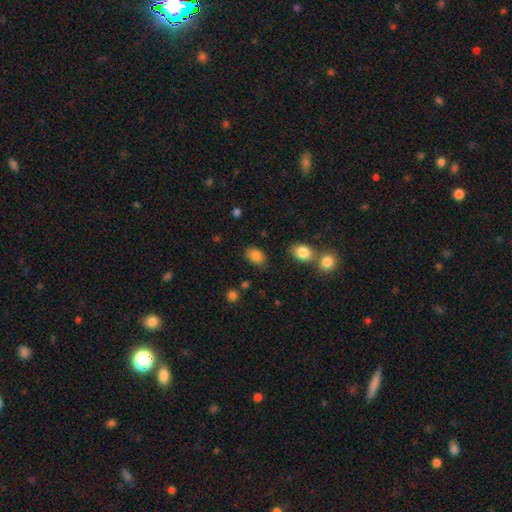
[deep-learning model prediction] Smooth or featured: smooth — 86% (star or artifact — 9%)
How rounded: in between — 73% (round — 26%)
Merging: none — 74% (minor disturbance — 17%)